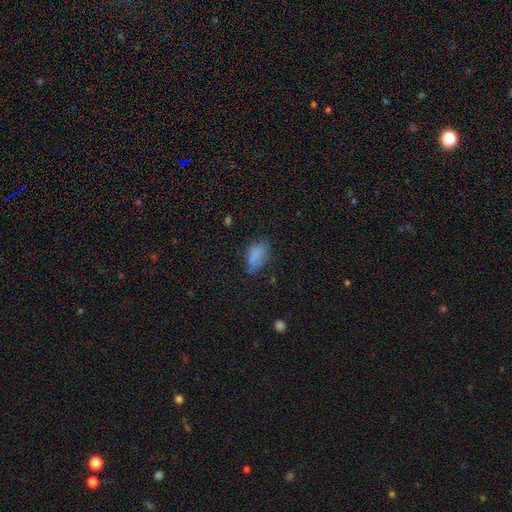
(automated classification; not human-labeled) smooth_or_featured: smooth (p=0.79) [alt: star or artifact p=0.11]
how_rounded: in between (p=0.90) [alt: round p=0.05]
merging: none (p=0.63) [alt: minor disturbance p=0.26]